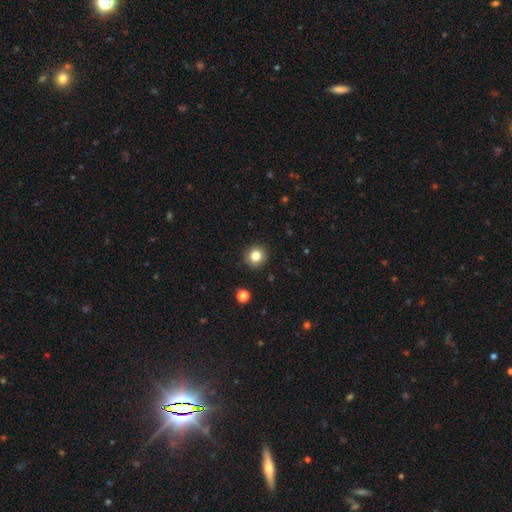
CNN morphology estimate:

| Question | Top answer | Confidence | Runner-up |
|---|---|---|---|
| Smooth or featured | smooth | 83% | star or artifact (11%) |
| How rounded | round | 94% | in between (5%) |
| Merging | none | 92% | minor disturbance (5%) |